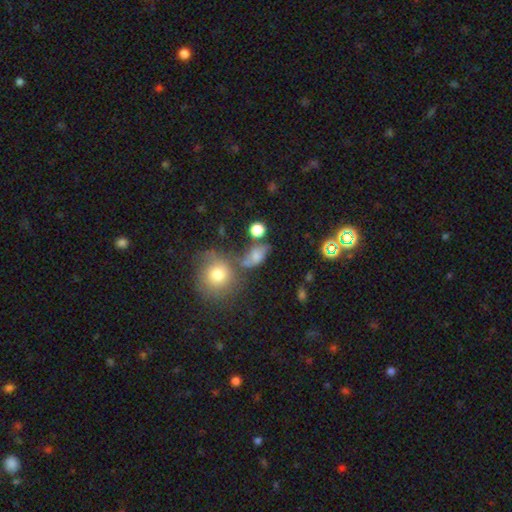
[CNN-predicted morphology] smooth 57%, featured or disk 26%, star or artifact 17%. Down the decision tree: how rounded — in between (66%); merging — none (42%).